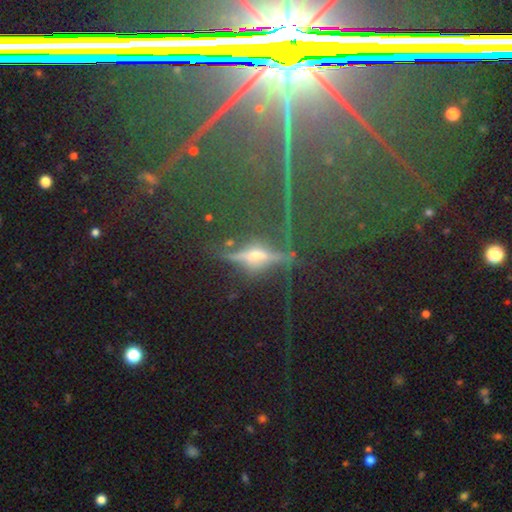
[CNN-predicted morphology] smooth_or_featured: featured or disk (p=0.54) [alt: star or artifact p=0.32]
disk_edge_on: yes (p=0.75) [alt: no p=0.25]
merging: none (p=0.64) [alt: minor disturbance p=0.16]